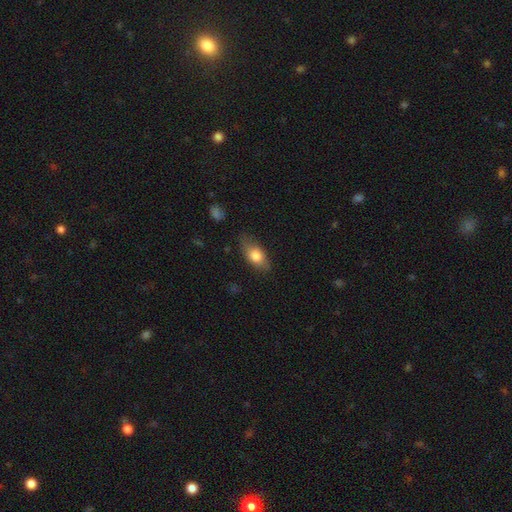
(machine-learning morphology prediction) smooth-or-featured: smooth: 77% | featured or disk: 16% | star or artifact: 7%
  how-rounded: in between: 84% | cigar-shaped: 8% | round: 8%
  merging: none: 74% | minor disturbance: 20% | major disturbance: 5% | merger: 2%